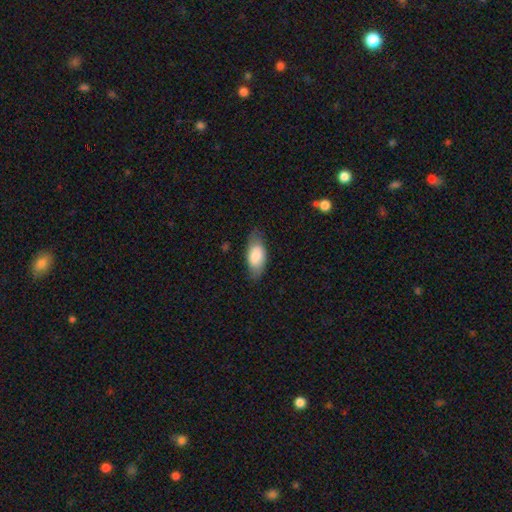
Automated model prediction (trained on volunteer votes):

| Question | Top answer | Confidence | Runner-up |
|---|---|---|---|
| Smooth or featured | smooth | 77% | featured or disk (17%) |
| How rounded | in between | 89% | cigar-shaped (8%) |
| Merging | none | 76% | minor disturbance (18%) |